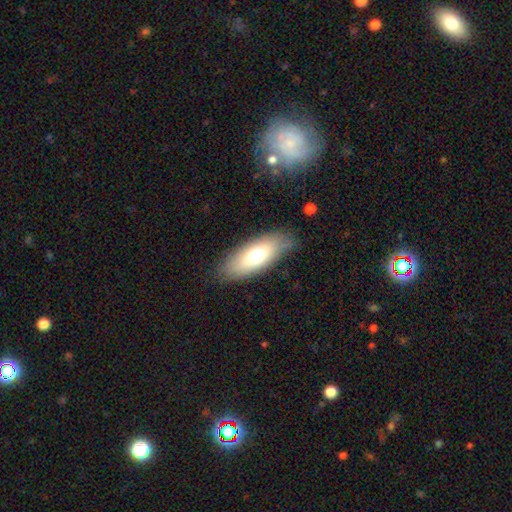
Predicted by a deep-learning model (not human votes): Overall: smooth (69%). How rounded: in between (77%). Merging: none (80%).